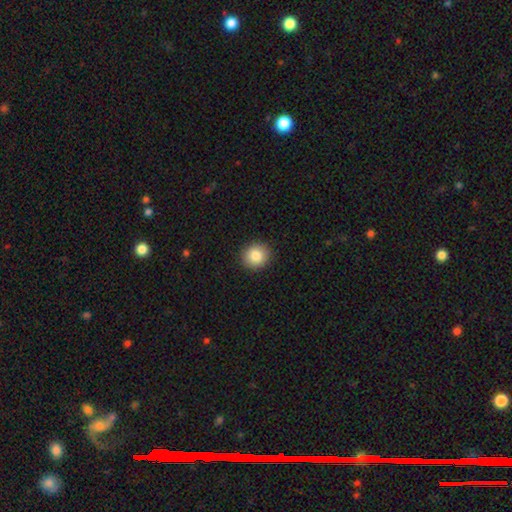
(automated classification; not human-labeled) A smooth galaxy with no disk features (85%) that is round (86%). Merging: none (91%).